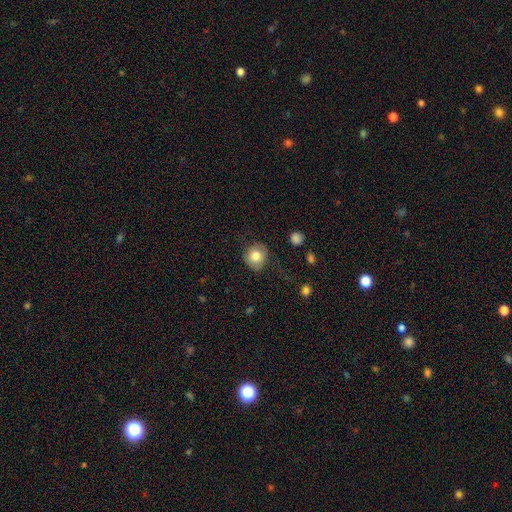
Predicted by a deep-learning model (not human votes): Smooth or featured?
  - smooth: 80% *
  - featured or disk: 12%
  - star or artifact: 9%
How rounded?
  - round: 82% *
  - in between: 17%
  - cigar-shaped: 1%
Merging?
  - none: 76% *
  - minor disturbance: 17%
  - major disturbance: 6%
  - merger: 1%